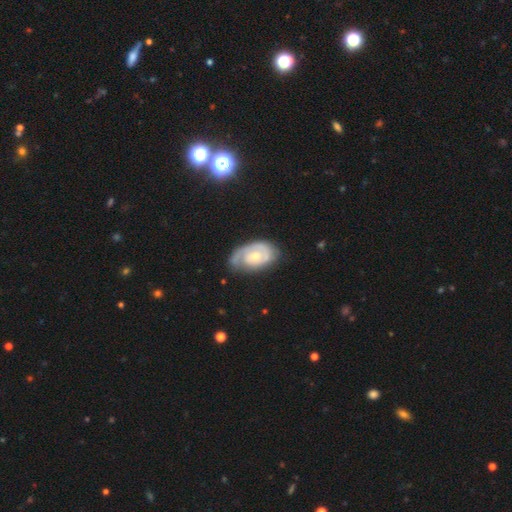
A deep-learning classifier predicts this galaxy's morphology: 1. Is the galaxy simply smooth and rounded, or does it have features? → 75% featured or disk, 20% smooth, 5% star or artifact.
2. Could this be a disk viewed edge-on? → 96% no, 4% yes.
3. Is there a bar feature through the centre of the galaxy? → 74% no, 22% weak, 3% strong.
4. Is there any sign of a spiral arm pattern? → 88% yes, 12% no.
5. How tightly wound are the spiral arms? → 65% tight, 26% medium, 10% loose.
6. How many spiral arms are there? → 45% 1, 28% 2, 21% can't tell, 4% 3, 1% 4, 1% more than 4.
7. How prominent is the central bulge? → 48% small, 46% moderate, 3% large, 2% none, 1% dominant.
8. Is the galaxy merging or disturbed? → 61% none, 25% minor disturbance, 12% major disturbance, 2% merger.